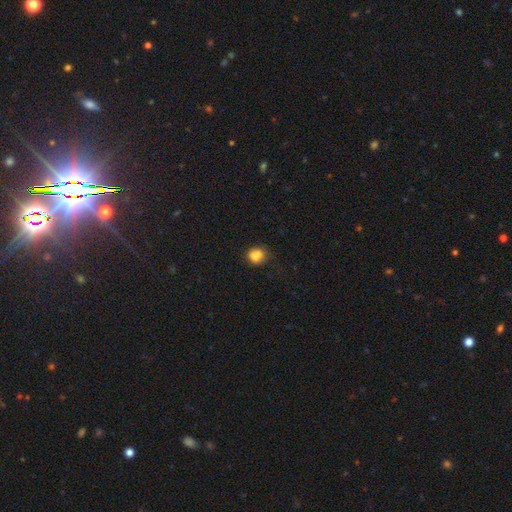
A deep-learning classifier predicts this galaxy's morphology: Q: Smooth or featured?
A: smooth (77%); runner-up: featured or disk (12%)
Q: How rounded?
A: round (72%); runner-up: in between (27%)
Q: Merging?
A: none (50%); runner-up: merger (26%)